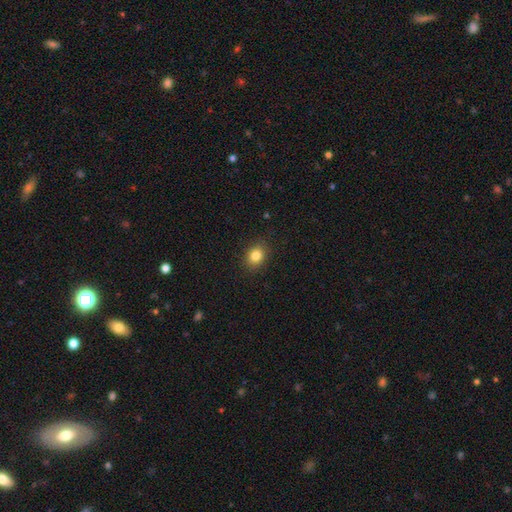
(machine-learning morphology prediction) Overall: smooth (84%). How rounded: round (50%; in between 49%). Merging: none (88%).